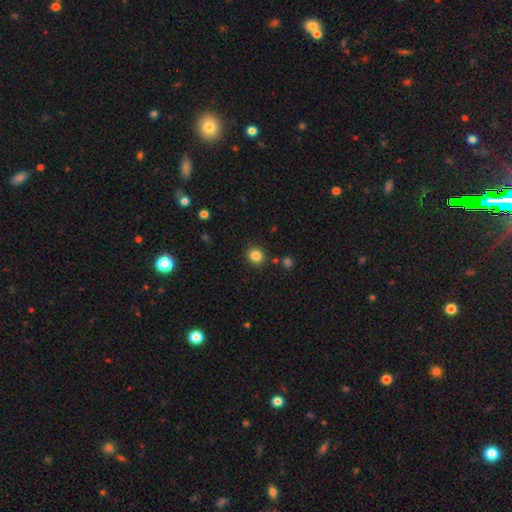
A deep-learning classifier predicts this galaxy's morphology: type=smooth (84%); roundness=round (85%); merging=none (89%).